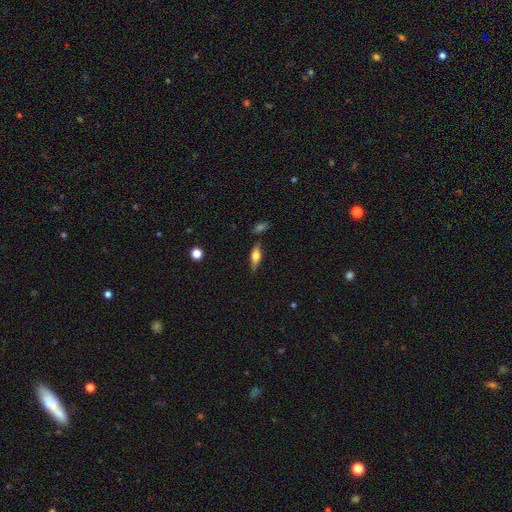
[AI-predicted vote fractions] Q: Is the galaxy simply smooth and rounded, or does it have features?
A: featured or disk — 48%.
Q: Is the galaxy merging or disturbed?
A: none — 76%.